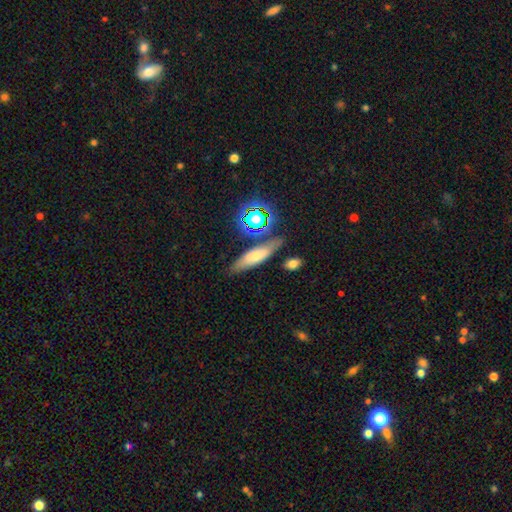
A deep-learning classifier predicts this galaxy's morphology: smooth-or-featured: smooth: 61% | featured or disk: 27% | star or artifact: 12%
  how-rounded: cigar-shaped: 58% | in between: 37% | round: 4%
  merging: none: 75% | minor disturbance: 14% | merger: 8% | major disturbance: 4%